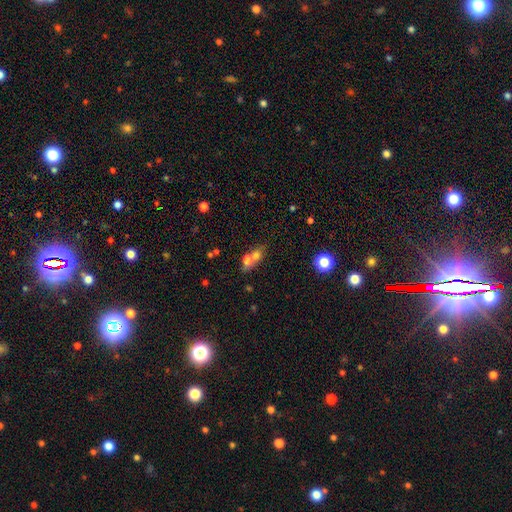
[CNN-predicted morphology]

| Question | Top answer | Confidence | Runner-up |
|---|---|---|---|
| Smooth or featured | smooth | 65% | featured or disk (22%) |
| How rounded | in between | 53% | round (36%) |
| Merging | merger | 53% | none (33%) |